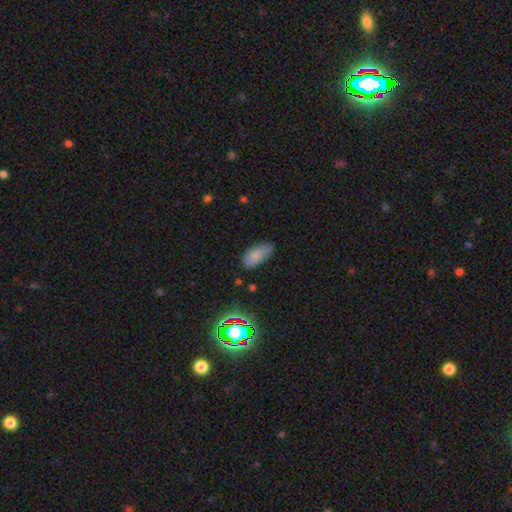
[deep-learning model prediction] Overall: smooth (80%). How rounded: in between (89%). Merging: none (67%).